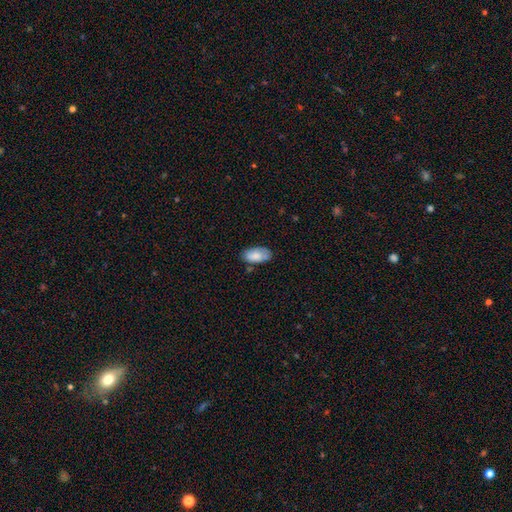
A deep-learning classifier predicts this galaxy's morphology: The model was most divided on "merging": none: 71%, minor disturbance: 21%, major disturbance: 4%, merger: 3%. More confident: how rounded — in between (94%); smooth or featured — smooth (82%).